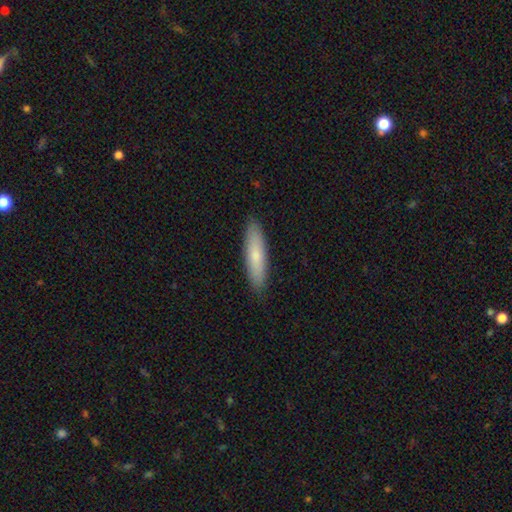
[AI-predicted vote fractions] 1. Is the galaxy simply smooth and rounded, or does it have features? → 75% smooth, 20% featured or disk, 6% star or artifact.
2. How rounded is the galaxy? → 77% cigar-shaped, 21% in between, 1% round.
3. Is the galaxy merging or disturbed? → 89% none, 8% minor disturbance, 2% major disturbance, 1% merger.